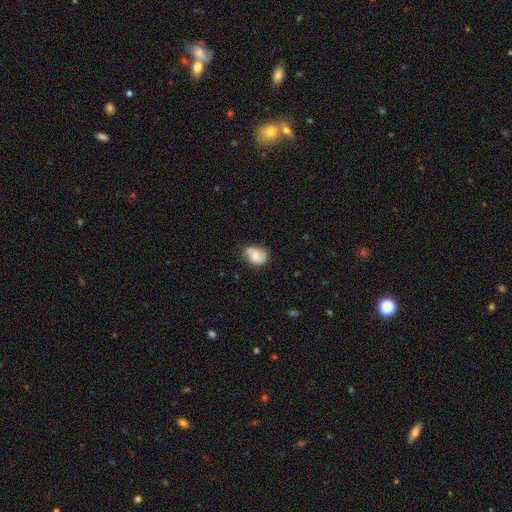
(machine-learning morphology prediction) This is possibly a featured or disk galaxy (48%). Merging: likely none (60%).